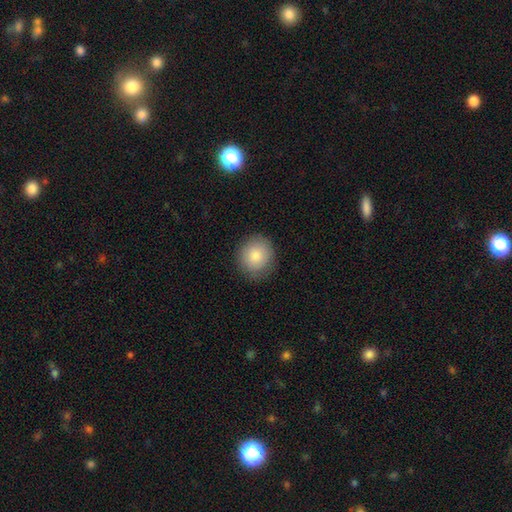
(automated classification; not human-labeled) Smooth or featured? smooth (84%)
How rounded? round (84%)
Merging? none (85%)